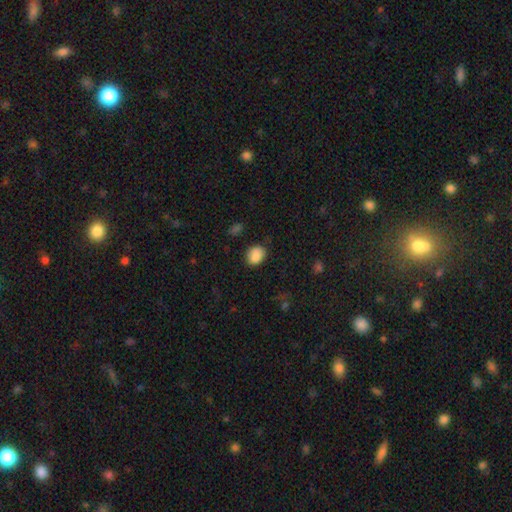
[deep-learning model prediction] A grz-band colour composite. It shows a smooth galaxy with no disk features (87%) that is in between round and cigar-shaped (56%). Merging: none (74%).